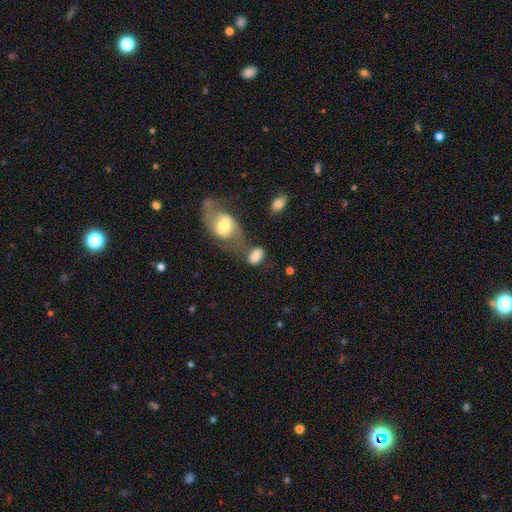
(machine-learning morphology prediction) Smooth or featured?
  - smooth: 74% *
  - featured or disk: 18%
  - star or artifact: 8%
How rounded?
  - in between: 86% *
  - round: 12%
  - cigar-shaped: 2%
Merging?
  - none: 40% *
  - merger: 29%
  - minor disturbance: 19%
  - major disturbance: 12%